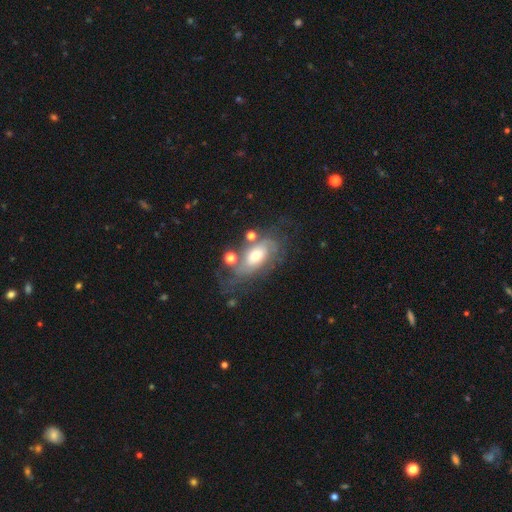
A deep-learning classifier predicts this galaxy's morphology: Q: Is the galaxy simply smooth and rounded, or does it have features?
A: featured or disk — 71%.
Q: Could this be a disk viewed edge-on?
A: no — 92%.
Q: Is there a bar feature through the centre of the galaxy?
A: no — 70%.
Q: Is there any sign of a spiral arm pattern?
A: yes — 82%.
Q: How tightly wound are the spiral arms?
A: tight — 54%.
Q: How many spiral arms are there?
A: can't tell — 47%.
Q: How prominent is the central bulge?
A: moderate — 60%.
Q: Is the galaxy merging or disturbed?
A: none — 53%.